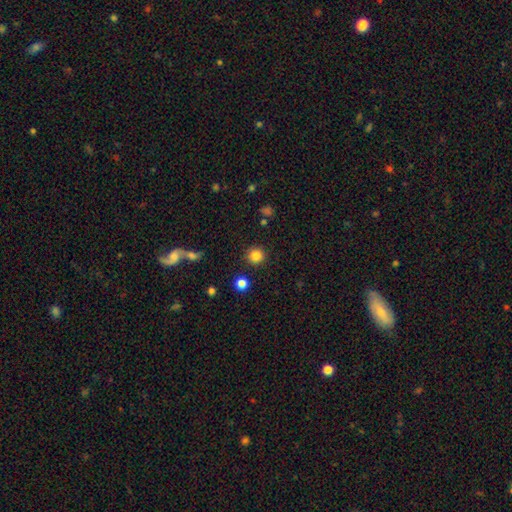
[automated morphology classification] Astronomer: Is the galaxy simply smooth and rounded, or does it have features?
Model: smooth — 84%.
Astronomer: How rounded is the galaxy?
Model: round — 94%.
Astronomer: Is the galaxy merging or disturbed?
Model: none — 90%.